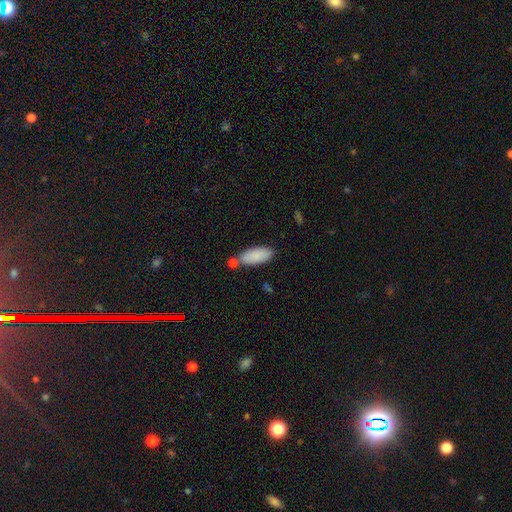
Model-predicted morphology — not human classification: Smooth or featured?
  - smooth: 87% *
  - featured or disk: 6%
  - star or artifact: 6%
How rounded?
  - in between: 81% *
  - cigar-shaped: 18%
  - round: 2%
Merging?
  - none: 69% *
  - minor disturbance: 15%
  - merger: 13%
  - major disturbance: 3%